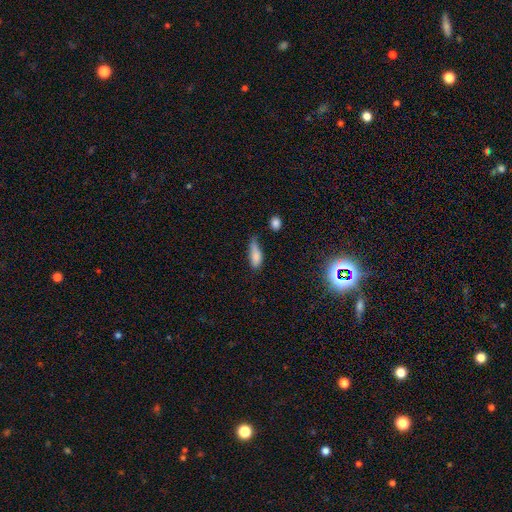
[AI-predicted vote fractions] Smooth or featured? smooth (79%)
How rounded? in between (67%)
Merging? minor disturbance (44%)